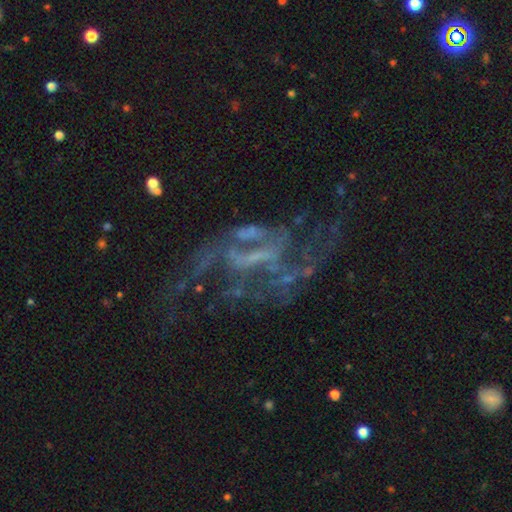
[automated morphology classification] Smooth or featured? Predicted: featured or disk (p=0.74). Edge-on disk? Predicted: no (p=0.94). Bar? Predicted: weak (p=0.38). Spiral arms? Predicted: yes (p=0.72). Spiral winding? Predicted: loose (p=0.49). Spiral arm count? Predicted: 2 (p=0.58). Bulge size? Predicted: none (p=0.61). Merging? Predicted: none (p=0.43).